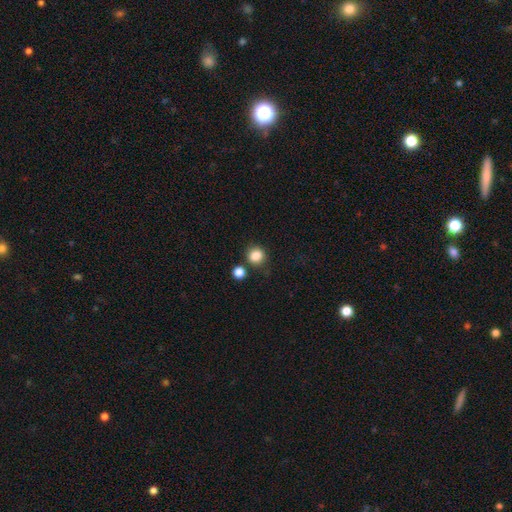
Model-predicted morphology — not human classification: Smooth or featured? smooth (85%)
How rounded? round (88%)
Merging? none (78%)